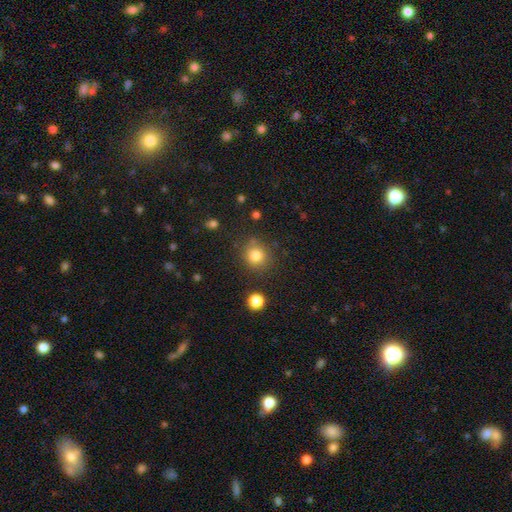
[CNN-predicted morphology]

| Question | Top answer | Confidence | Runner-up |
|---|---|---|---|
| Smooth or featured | smooth | 82% | star or artifact (12%) |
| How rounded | round | 86% | in between (13%) |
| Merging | none | 80% | minor disturbance (12%) |